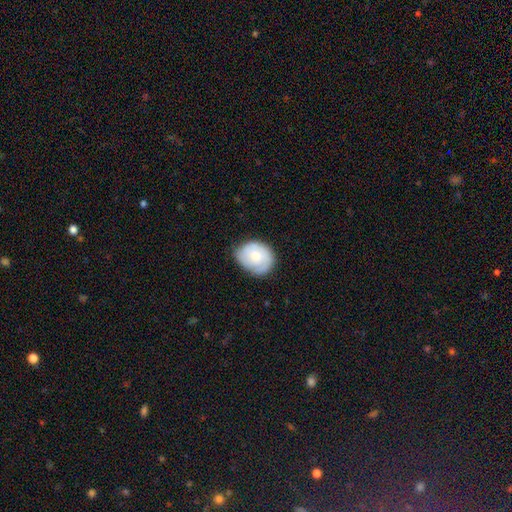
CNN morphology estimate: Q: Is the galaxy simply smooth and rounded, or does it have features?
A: smooth — 54%.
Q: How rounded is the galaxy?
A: round — 55%.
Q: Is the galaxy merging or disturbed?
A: none — 64%.